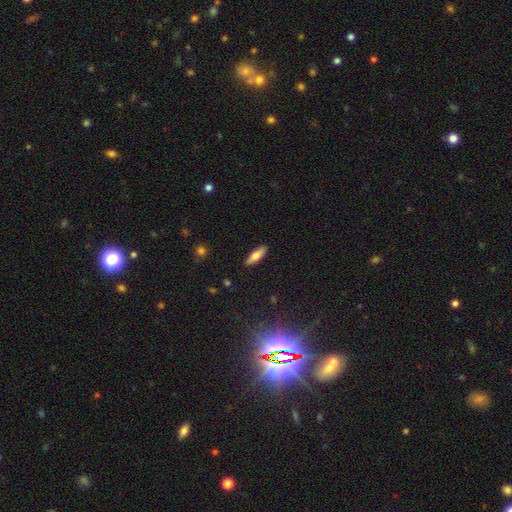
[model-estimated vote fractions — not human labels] Q: Smooth or featured?
A: smooth (70%); runner-up: featured or disk (23%)
Q: How rounded?
A: cigar-shaped (52%); runner-up: in between (46%)
Q: Merging?
A: none (89%); runner-up: minor disturbance (8%)